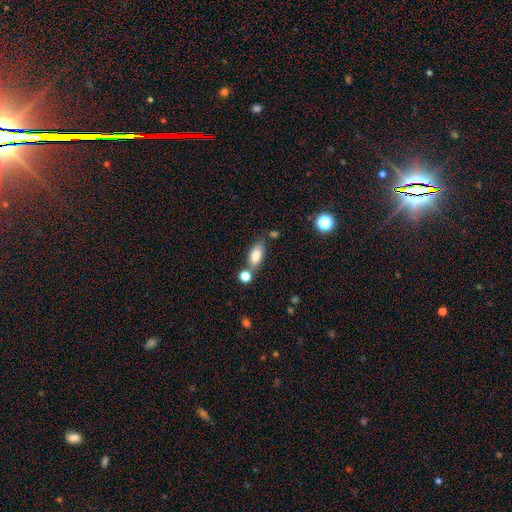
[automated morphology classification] Smooth or featured: smooth — 81% (featured or disk — 11%)
How rounded: in between — 82% (cigar-shaped — 13%)
Merging: none — 61% (merger — 20%)